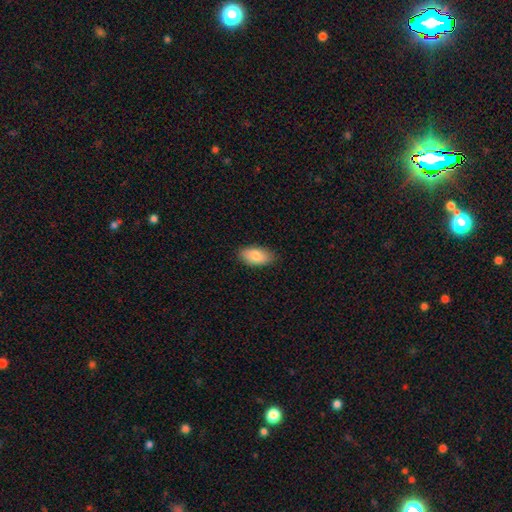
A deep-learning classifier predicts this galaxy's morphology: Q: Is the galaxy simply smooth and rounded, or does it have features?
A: smooth — 82%.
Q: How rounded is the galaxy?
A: in between — 93%.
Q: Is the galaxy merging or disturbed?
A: none — 86%.